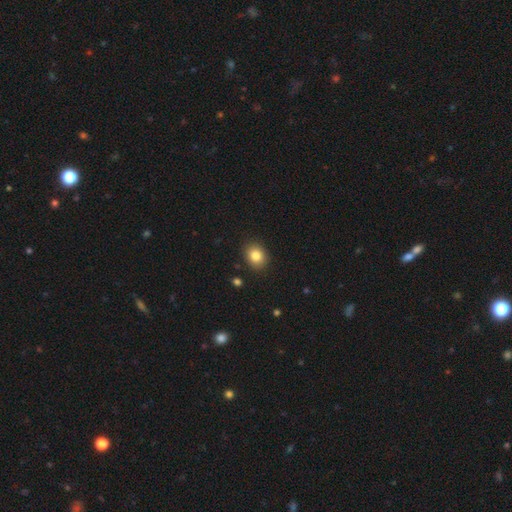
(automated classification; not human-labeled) A smooth galaxy with no disk features (83%) that is round (60%). Merging: none (88%).